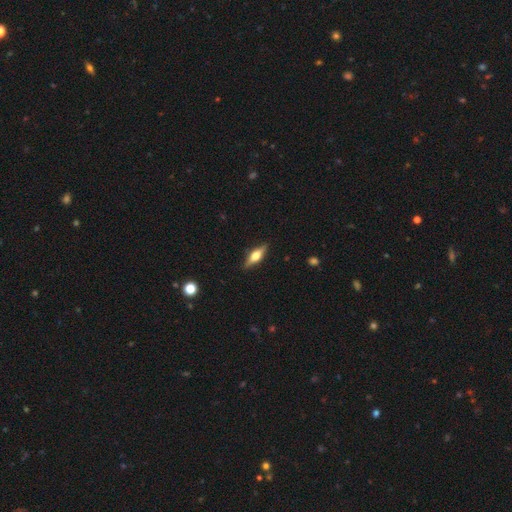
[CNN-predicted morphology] type=featured or disk (58%); edge-on=yes (95%); edge-on bulge=rounded (92%); merging=none (88%).